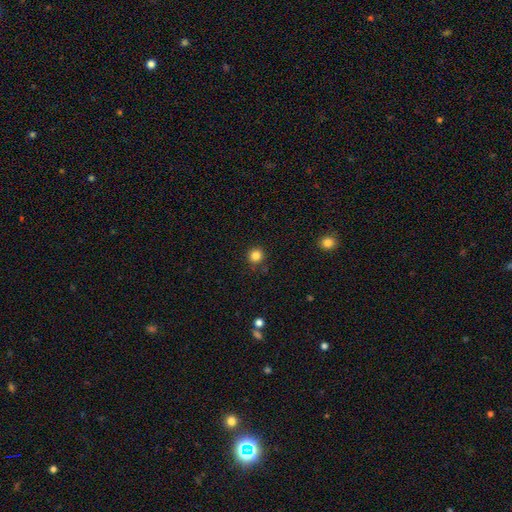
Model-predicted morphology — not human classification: Smooth or featured?
  - smooth: 83% *
  - star or artifact: 12%
  - featured or disk: 4%
How rounded?
  - round: 94% *
  - in between: 5%
  - cigar-shaped: 1%
Merging?
  - none: 88% *
  - minor disturbance: 8%
  - major disturbance: 2%
  - merger: 2%